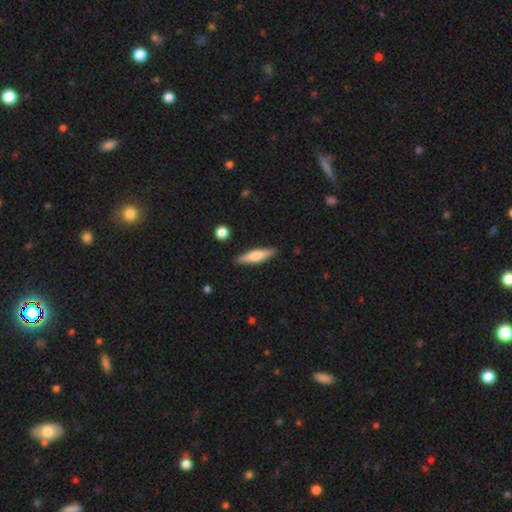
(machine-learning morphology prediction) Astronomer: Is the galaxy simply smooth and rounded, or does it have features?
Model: smooth — 52% (runner-up: featured or disk, 42%).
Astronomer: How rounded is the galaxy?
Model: cigar-shaped — 73%.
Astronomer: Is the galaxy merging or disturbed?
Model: none — 89%.